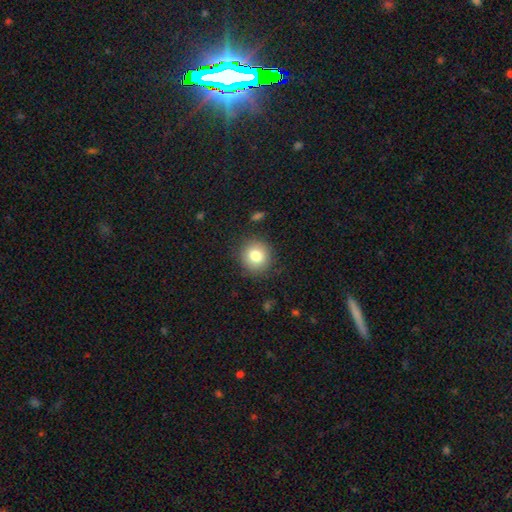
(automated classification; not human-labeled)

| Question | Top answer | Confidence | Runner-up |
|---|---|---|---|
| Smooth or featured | smooth | 81% | star or artifact (10%) |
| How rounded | round | 90% | in between (9%) |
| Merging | none | 87% | minor disturbance (8%) |